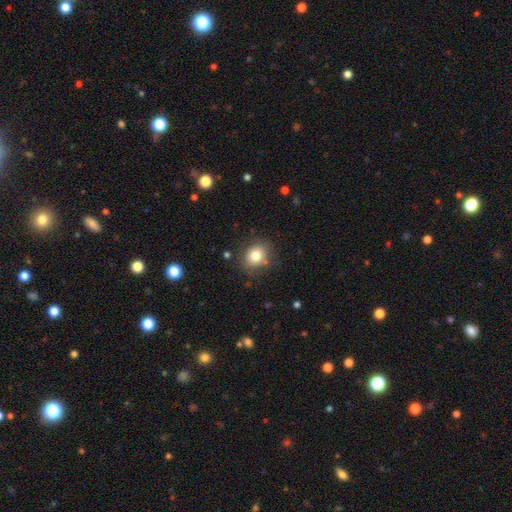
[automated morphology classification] Smooth or featured: smooth — 79% (star or artifact — 11%)
How rounded: round — 65% (in between — 34%)
Merging: none — 80% (minor disturbance — 12%)